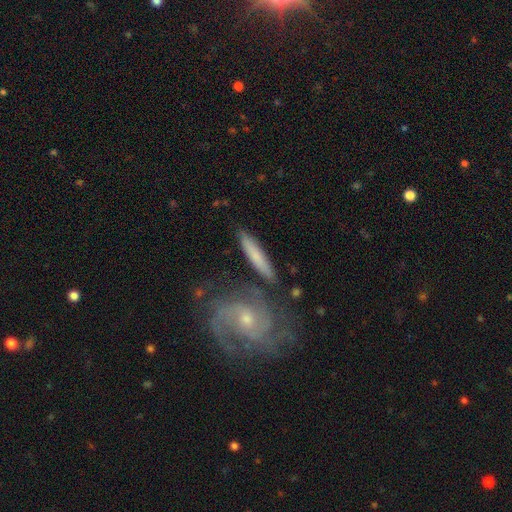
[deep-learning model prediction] smooth_or_featured: smooth (p=0.55) [alt: featured or disk p=0.39]
how_rounded: cigar-shaped (p=0.86) [alt: in between p=0.11]
merging: none (p=0.76) [alt: minor disturbance p=0.12]